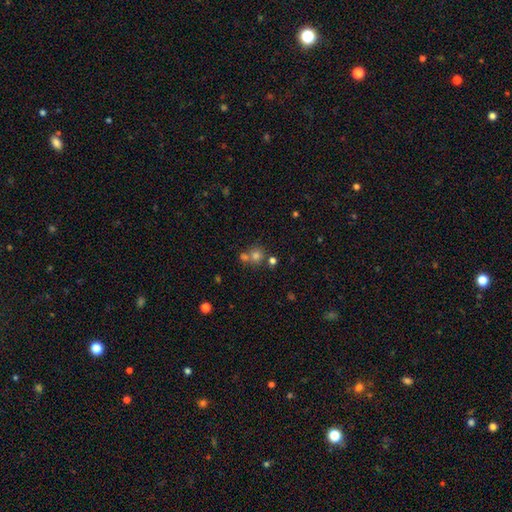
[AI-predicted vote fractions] A smooth galaxy with no disk features (71%) that is round (87%).

Vote fractions:
- Smooth or featured? smooth: 71% / star or artifact: 17% / featured or disk: 11%
- How rounded? round: 87% / in between: 13% / cigar-shaped: 1%
- Merging? none: 52% / merger: 38% / minor disturbance: 7% / major disturbance: 3%